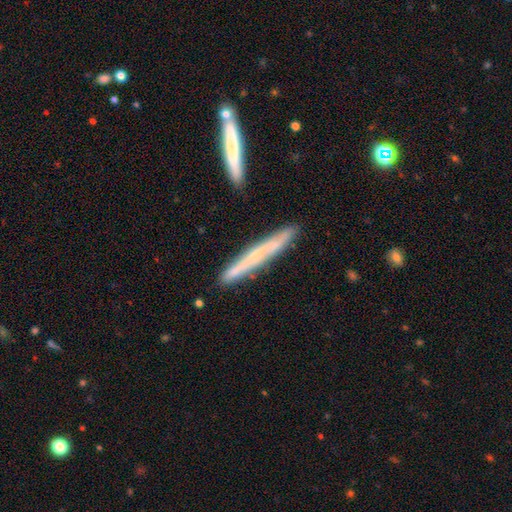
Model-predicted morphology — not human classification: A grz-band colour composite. It shows a featured or disk galaxy (48%). Merging: none (85%).